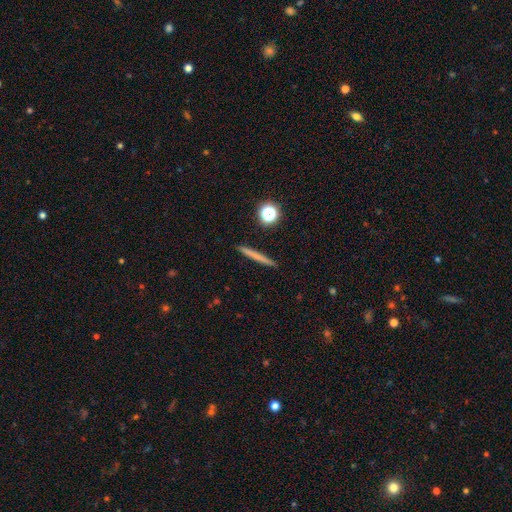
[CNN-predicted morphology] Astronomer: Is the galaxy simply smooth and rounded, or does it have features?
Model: smooth — 64%.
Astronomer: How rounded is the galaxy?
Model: cigar-shaped — 95%.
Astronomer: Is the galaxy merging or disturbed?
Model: none — 92%.